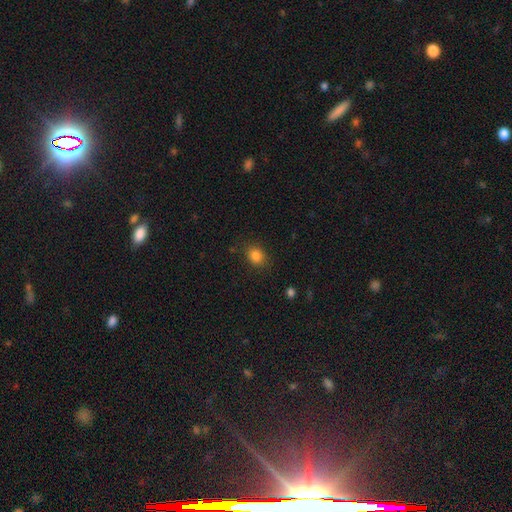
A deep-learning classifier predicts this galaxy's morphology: The model was most divided on "how rounded": in between: 51%, round: 48%, cigar-shaped: 1%. More confident: merging — none (84%); smooth or featured — smooth (84%).